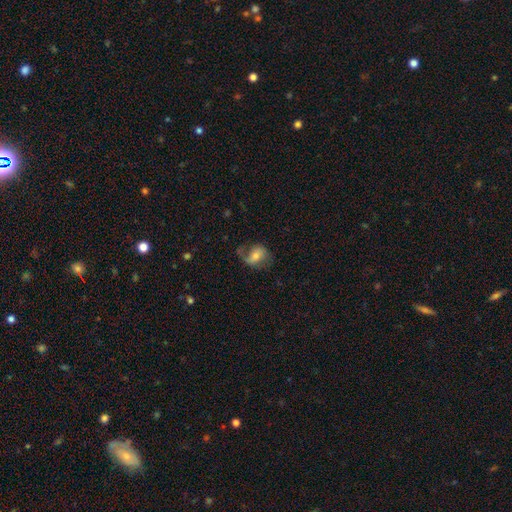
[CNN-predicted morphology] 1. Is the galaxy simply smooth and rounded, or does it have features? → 52% featured or disk, 39% smooth, 9% star or artifact.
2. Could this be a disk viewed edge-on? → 96% no, 4% yes.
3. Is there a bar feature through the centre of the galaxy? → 44% no, 39% weak, 17% strong.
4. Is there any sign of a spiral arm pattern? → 83% yes, 17% no.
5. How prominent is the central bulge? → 49% moderate, 34% small, 10% large, 5% none, 2% dominant.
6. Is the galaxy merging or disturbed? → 50% none, 25% major disturbance, 23% minor disturbance, 2% merger.